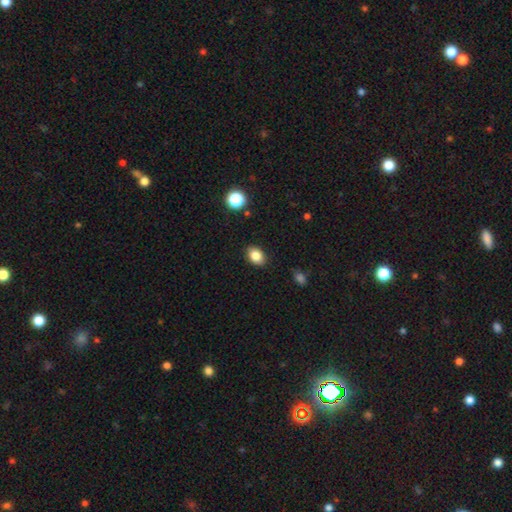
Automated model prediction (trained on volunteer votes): Smooth or featured? Predicted: smooth (p=0.84). How rounded? Predicted: in between (p=0.75). Merging? Predicted: none (p=0.87).